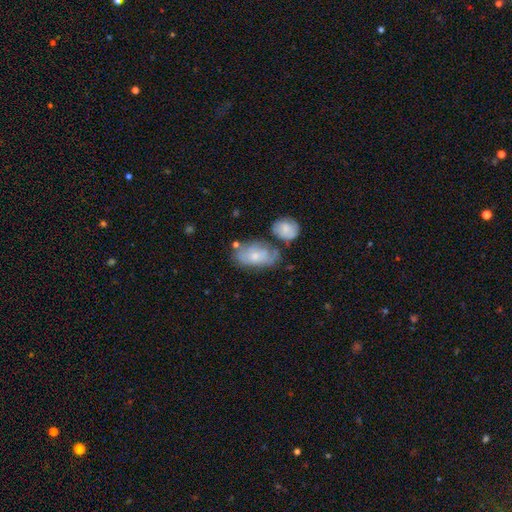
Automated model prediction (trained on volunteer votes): The model was most divided on "merging": none: 42%, minor disturbance: 26%, merger: 20%, major disturbance: 12%. More confident: how rounded — in between (90%); smooth or featured — smooth (57%).